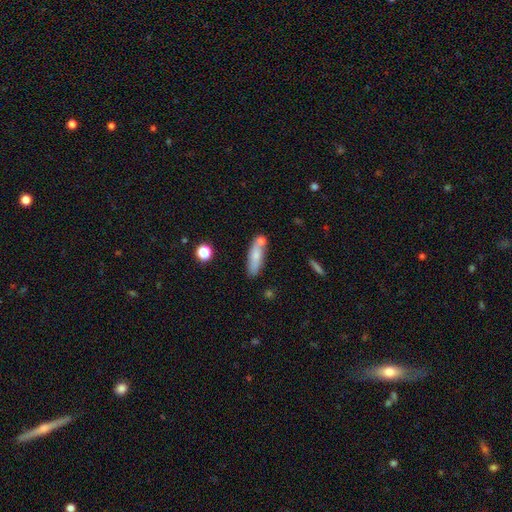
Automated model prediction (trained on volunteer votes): smooth-or-featured: smooth: 73% | featured or disk: 20% | star or artifact: 8%
  how-rounded: cigar-shaped: 55% | in between: 42% | round: 3%
  merging: none: 63% | merger: 18% | minor disturbance: 15% | major disturbance: 4%